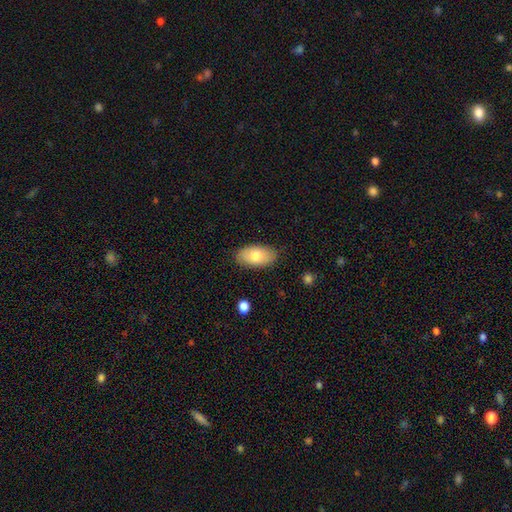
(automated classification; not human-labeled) The model was most divided on "smooth or featured": smooth: 78%, featured or disk: 16%, star or artifact: 6%. More confident: how rounded — in between (94%); merging — none (84%).